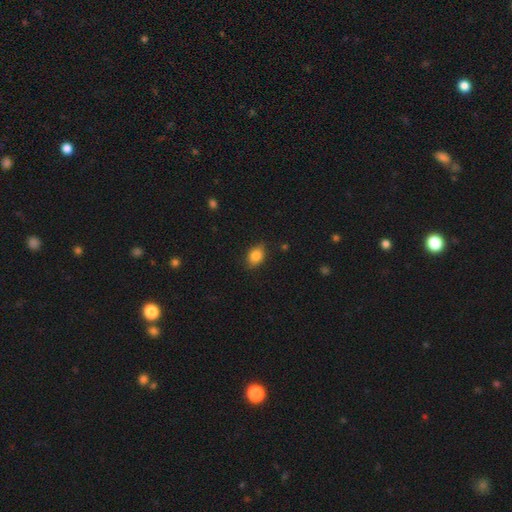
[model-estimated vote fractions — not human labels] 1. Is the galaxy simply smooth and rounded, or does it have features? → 84% smooth, 9% star or artifact, 8% featured or disk.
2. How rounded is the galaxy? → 70% in between, 28% round, 2% cigar-shaped.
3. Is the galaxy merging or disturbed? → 80% none, 16% minor disturbance, 3% major disturbance, 1% merger.